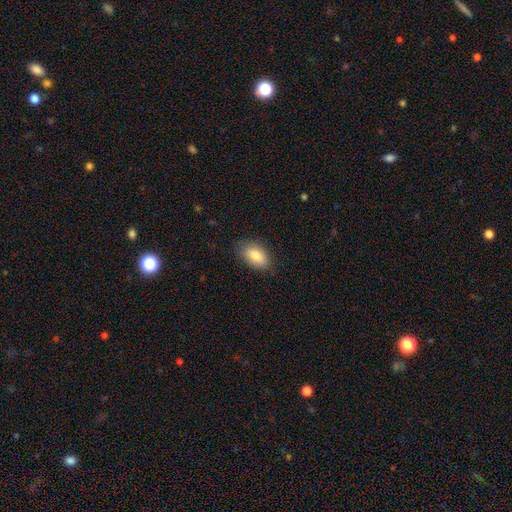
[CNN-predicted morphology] This is clearly a smooth galaxy (83%). How rounded: clearly in between (91%). Merging: clearly none (82%).